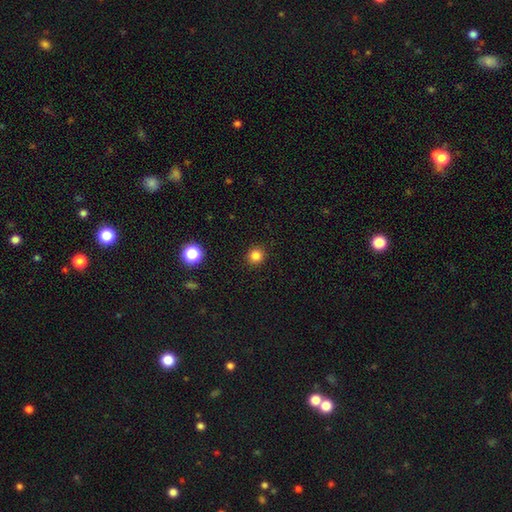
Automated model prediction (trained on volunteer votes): smooth 83%, star or artifact 13%, featured or disk 4%. Down the decision tree: how rounded — round (90%); merging — none (91%).